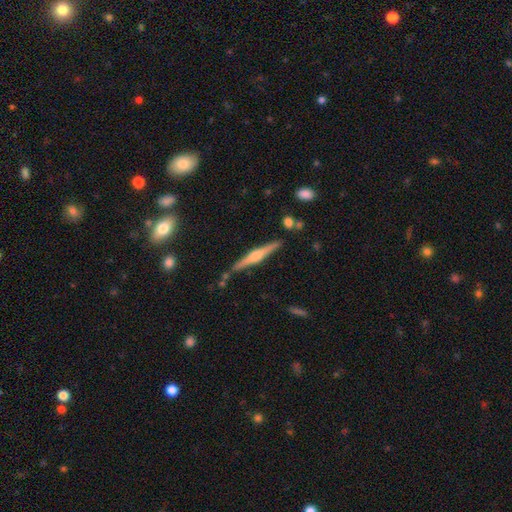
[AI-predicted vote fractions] Morphology: type=featured or disk (71%); edge-on=yes (98%); edge-on bulge=rounded (79%); merging=none (83%).